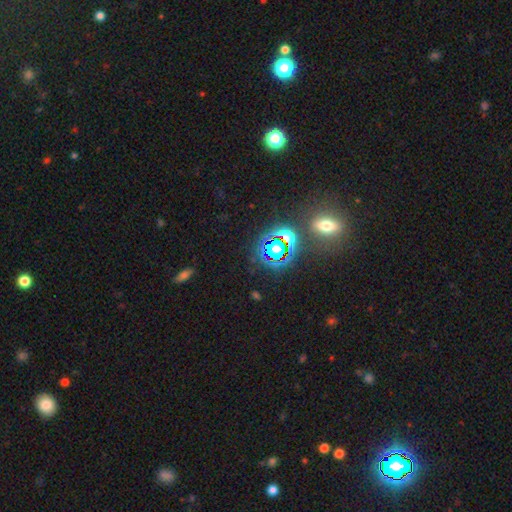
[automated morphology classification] smooth_or_featured: star or artifact (p=0.60) [alt: smooth p=0.31]